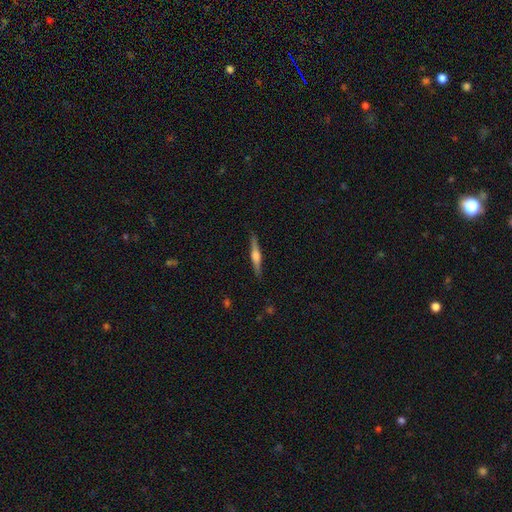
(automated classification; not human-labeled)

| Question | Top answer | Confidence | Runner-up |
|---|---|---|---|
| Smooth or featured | featured or disk | 65% | smooth (29%) |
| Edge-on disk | yes | 98% | no (2%) |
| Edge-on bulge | rounded | 79% | boxy (15%) |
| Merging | none | 89% | minor disturbance (8%) |